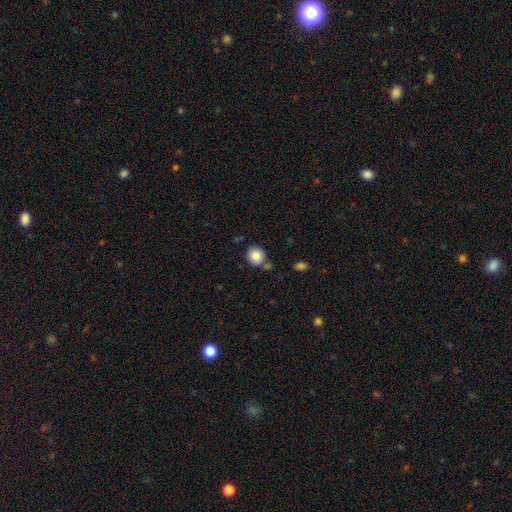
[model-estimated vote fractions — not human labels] This is clearly a smooth galaxy (85%). How rounded: clearly round (86%). Merging: likely none (76%).